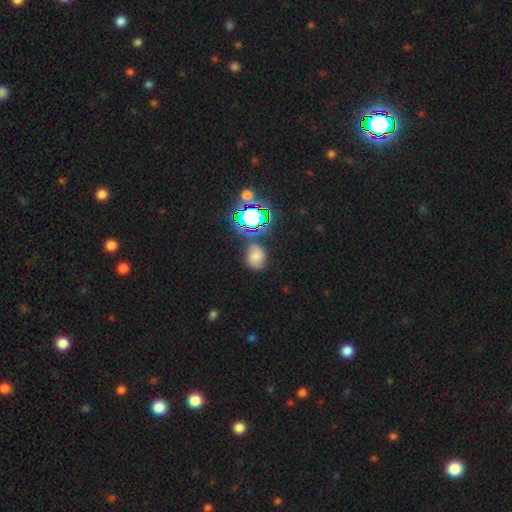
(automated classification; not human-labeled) Smooth or featured? Predicted: smooth (p=0.60). How rounded? Predicted: in between (p=0.50). Merging? Predicted: none (p=0.65).